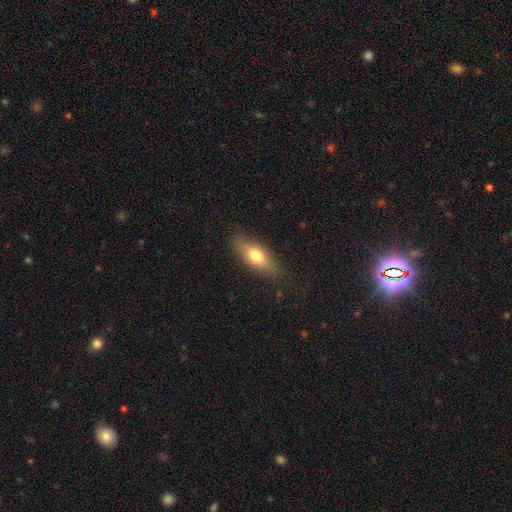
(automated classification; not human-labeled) The model was most divided on "smooth or featured": smooth: 70%, featured or disk: 24%, star or artifact: 7%. More confident: merging — none (82%); how rounded — in between (71%).